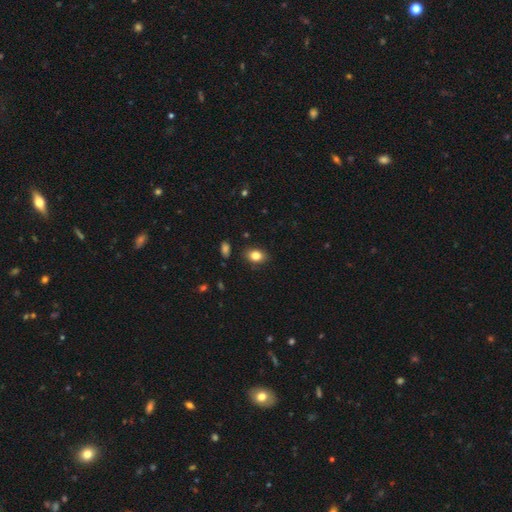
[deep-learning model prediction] Smooth or featured? smooth (83%)
How rounded? in between (73%)
Merging? none (85%)